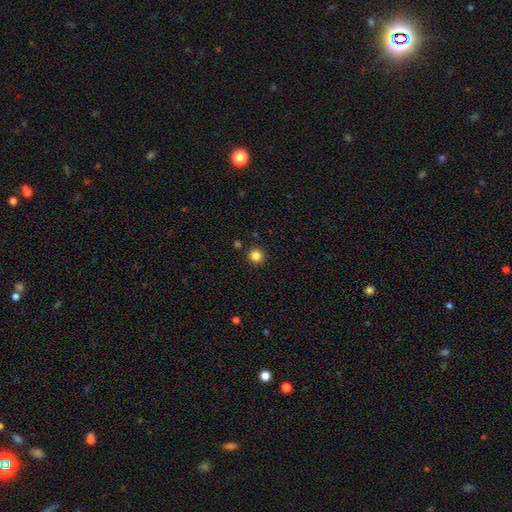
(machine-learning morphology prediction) smooth-or-featured: smooth: 84% | star or artifact: 12% | featured or disk: 4%
  how-rounded: round: 95% | in between: 4% | cigar-shaped: 1%
  merging: none: 92% | minor disturbance: 5% | merger: 2% | major disturbance: 2%